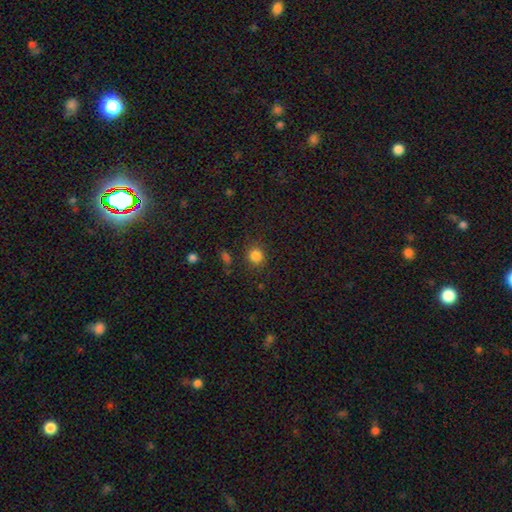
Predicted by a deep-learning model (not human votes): This is clearly a smooth galaxy (83%). How rounded: clearly round (87%). Merging: clearly none (85%).